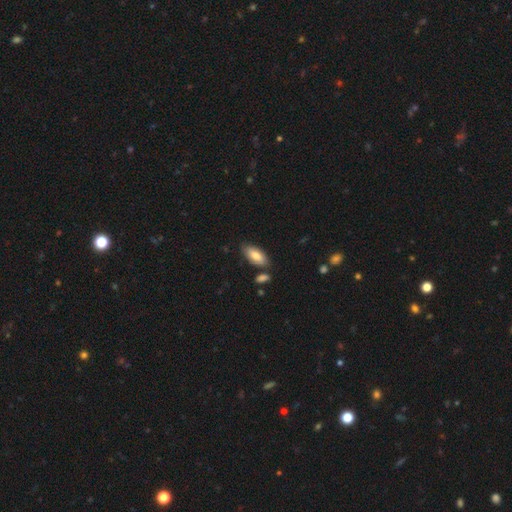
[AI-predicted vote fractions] This is clearly a smooth galaxy (80%). How rounded: clearly in between (88%). Merging: likely none (76%).